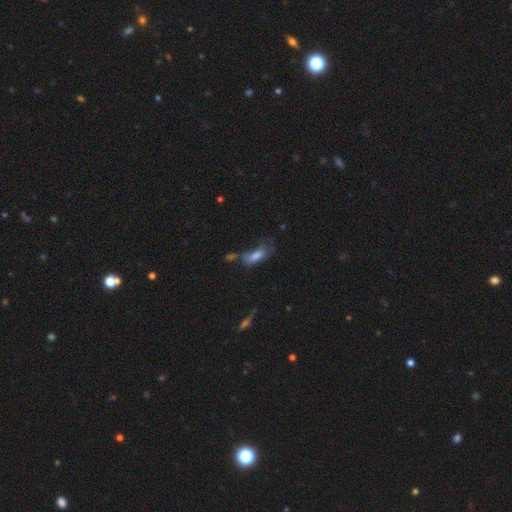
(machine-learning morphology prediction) The model was most divided on "merging": major disturbance: 29%, none: 28%, minor disturbance: 24%, merger: 19%. More confident: how rounded — in between (76%); smooth or featured — smooth (63%).